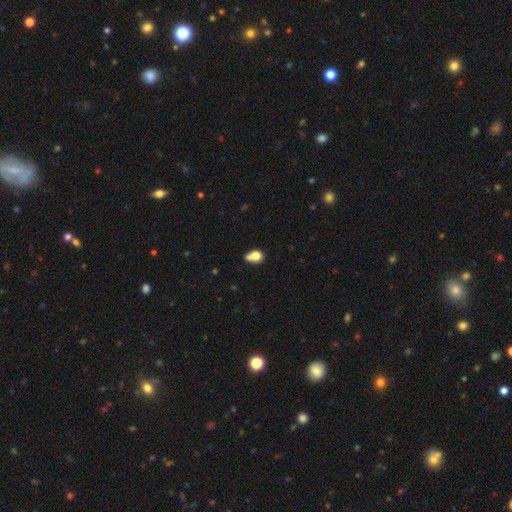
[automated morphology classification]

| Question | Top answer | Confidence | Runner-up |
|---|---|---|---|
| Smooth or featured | smooth | 73% | featured or disk (16%) |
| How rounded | in between | 54% | round (44%) |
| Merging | merger | 39% | none (31%) |